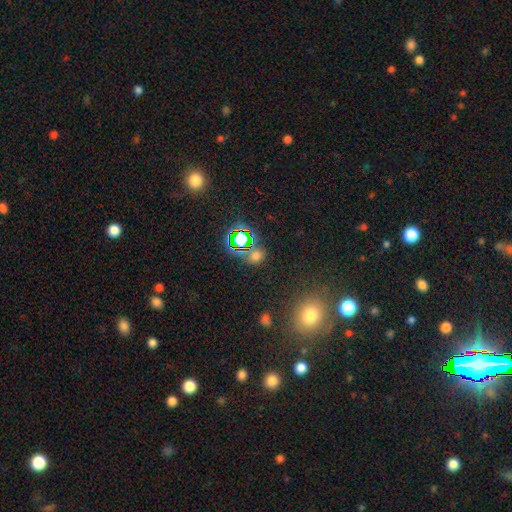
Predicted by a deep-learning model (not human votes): Smooth or featured: smooth — 49% (star or artifact — 43%)
Merging: none — 74% (minor disturbance — 11%)